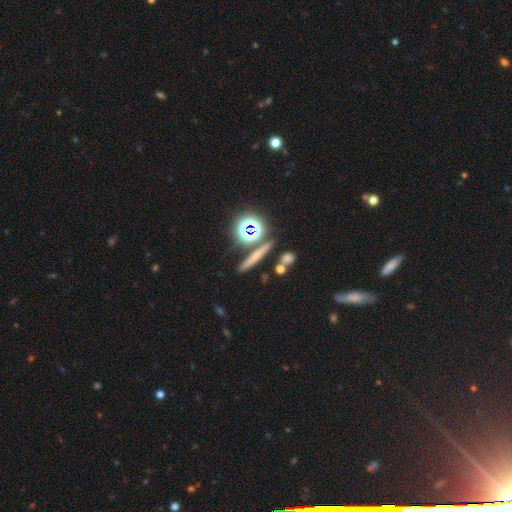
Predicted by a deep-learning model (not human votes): A smooth galaxy with no disk features (48%). Merging: none (79%).